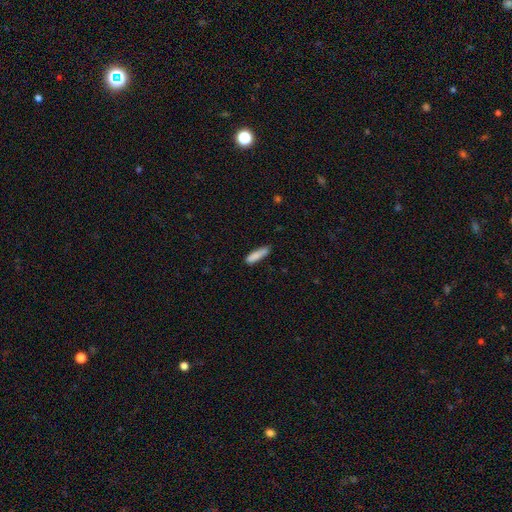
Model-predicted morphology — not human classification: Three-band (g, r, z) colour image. It shows a smooth galaxy with no disk features (86%) that is cigar-shaped (69%). Merging: none (68%).